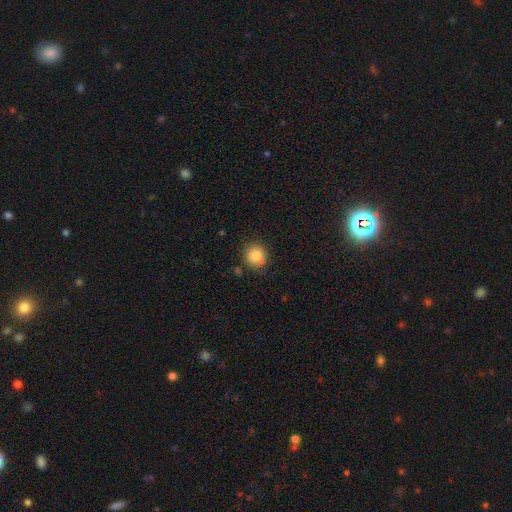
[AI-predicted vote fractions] Overall: smooth (84%). How rounded: round (87%). Merging: none (79%).